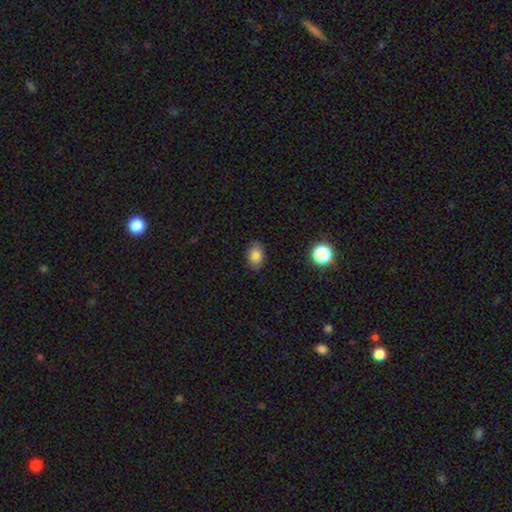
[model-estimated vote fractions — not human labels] Smooth or featured? Predicted: smooth (p=0.82). How rounded? Predicted: in between (p=0.82). Merging? Predicted: none (p=0.84).